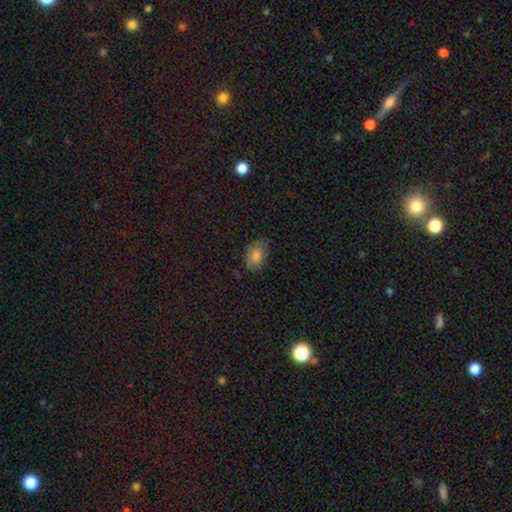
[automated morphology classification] Smooth or featured? smooth (76%)
How rounded? in between (84%)
Merging? none (73%)